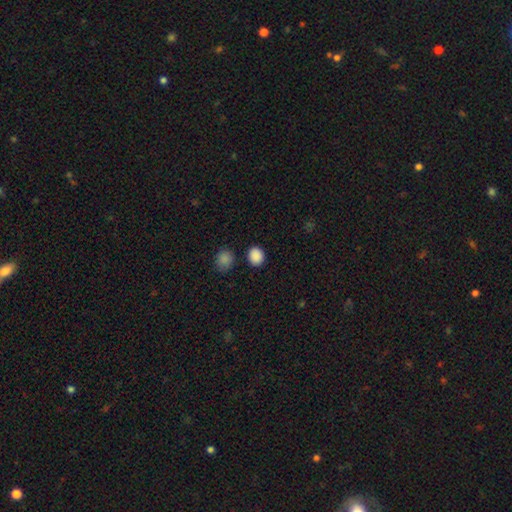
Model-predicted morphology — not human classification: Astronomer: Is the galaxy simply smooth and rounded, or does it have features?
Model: smooth — 88%.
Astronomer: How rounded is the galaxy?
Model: round — 64%.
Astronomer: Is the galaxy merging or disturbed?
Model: none — 87%.